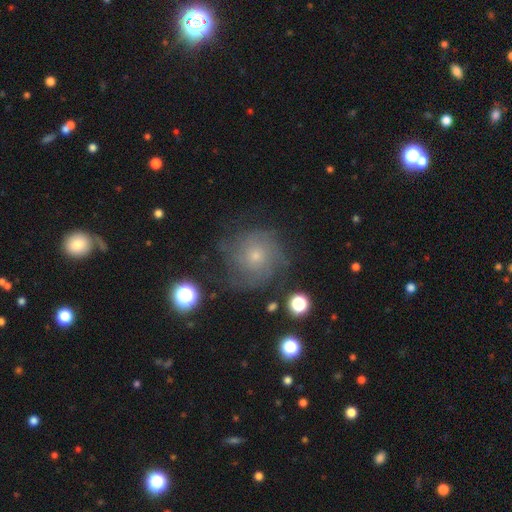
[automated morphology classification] type=featured or disk (55%); edge-on=no (97%); bar=no (84%); spiral arms=yes (84%); bulge=small (71%); merging=none (65%).